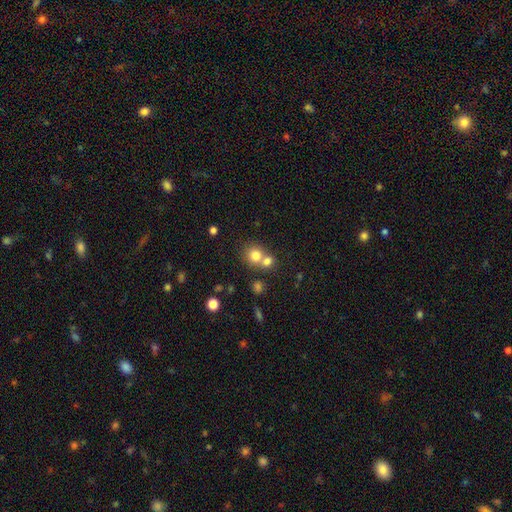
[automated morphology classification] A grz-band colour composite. It shows a smooth galaxy with no disk features (77%) that is round (83%). Merging: merger (47%).